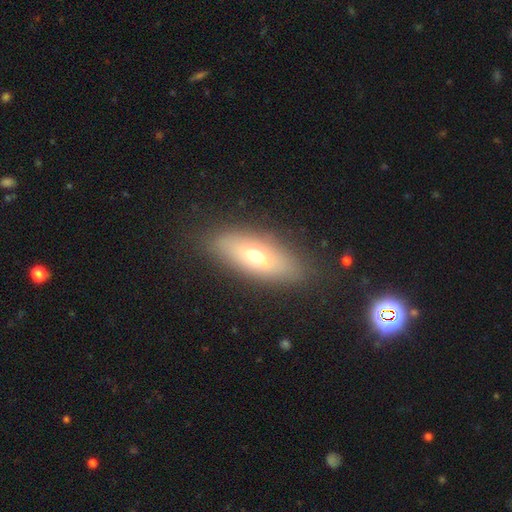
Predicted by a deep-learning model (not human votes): Morphology: type=smooth (52%); roundness=in between (63%); merging=none (79%).